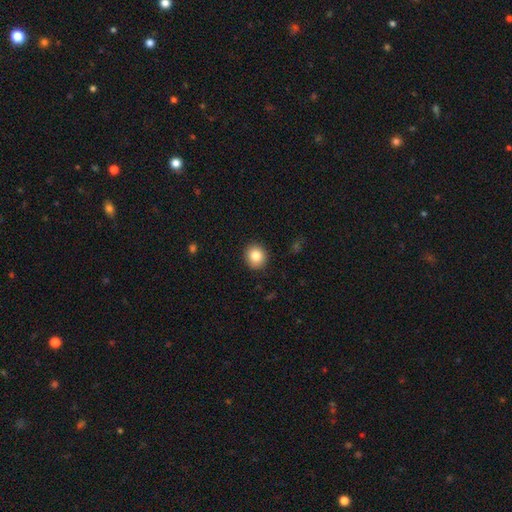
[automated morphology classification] This is clearly a smooth galaxy (83%). How rounded: clearly round (85%). Merging: clearly none (91%).